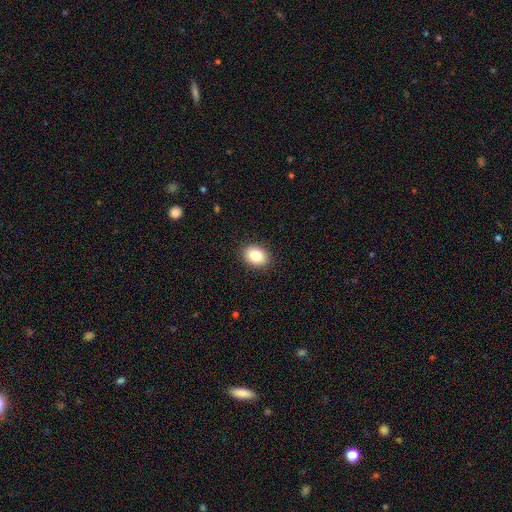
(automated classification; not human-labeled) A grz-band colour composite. It shows a smooth galaxy with no disk features (84%) that is in between round and cigar-shaped (71%). Merging: none (90%).